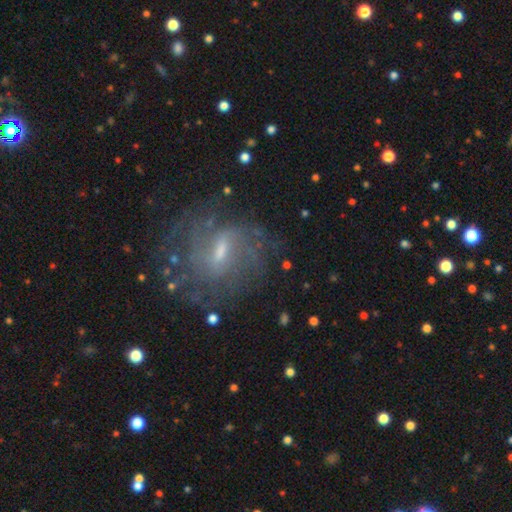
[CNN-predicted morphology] A featured or disk galaxy (73%) with a weak bar (56%), tight (43%) spiral arms (82%) and a small central bulge (53%). Merging: none (69%).